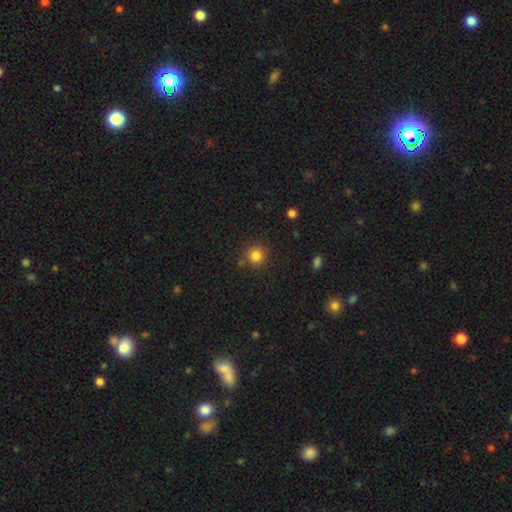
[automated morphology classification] type=smooth (83%); roundness=round (93%); merging=none (84%).